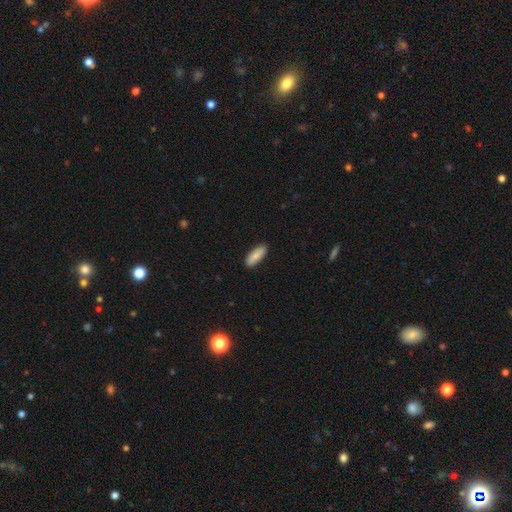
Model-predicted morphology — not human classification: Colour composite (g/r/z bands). It shows a smooth galaxy with no disk features (83%) that is in between round and cigar-shaped (64%). Merging: none (89%).